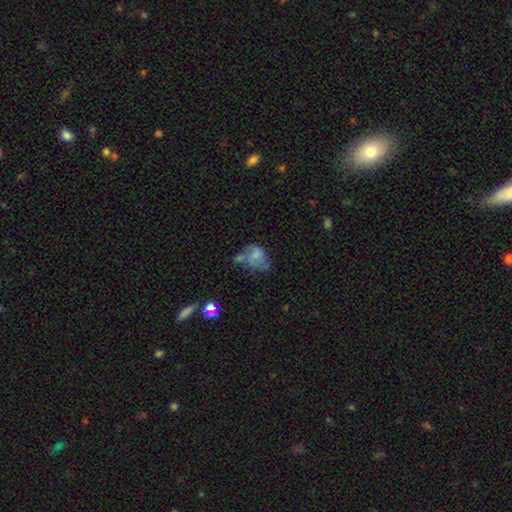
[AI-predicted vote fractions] Smooth or featured? smooth (54%)
How rounded? in between (61%)
Merging? merger (26%, tied with none)